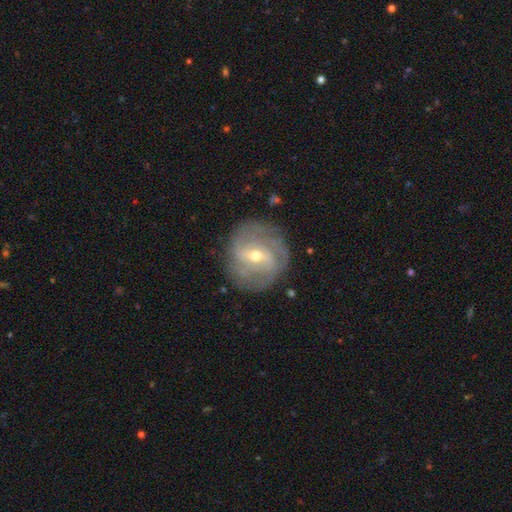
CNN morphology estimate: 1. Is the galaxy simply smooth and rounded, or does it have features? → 81% featured or disk, 12% smooth, 7% star or artifact.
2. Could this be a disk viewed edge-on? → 96% no, 4% yes.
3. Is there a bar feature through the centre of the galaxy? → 52% weak, 28% strong, 21% no.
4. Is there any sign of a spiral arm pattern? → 89% yes, 11% no.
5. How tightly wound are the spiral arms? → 49% tight, 36% medium, 15% loose.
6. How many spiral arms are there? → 35% can't tell, 29% 2, 17% 3, 10% 4, 5% 1, 5% more than 4.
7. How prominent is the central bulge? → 49% small, 47% moderate, 2% large, 1% none, 1% dominant.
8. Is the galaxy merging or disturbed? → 79% none, 14% minor disturbance, 6% major disturbance, 1% merger.